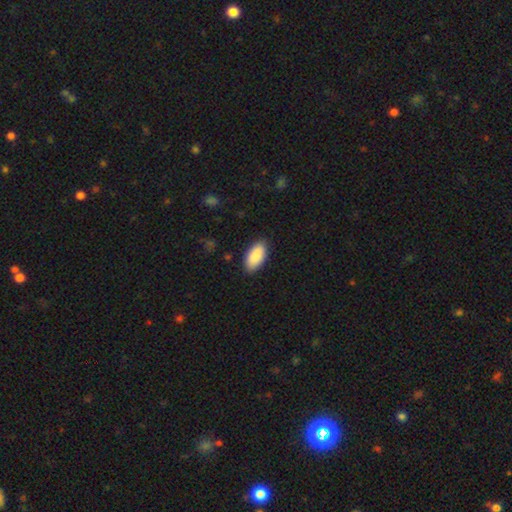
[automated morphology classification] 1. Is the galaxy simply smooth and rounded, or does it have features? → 90% smooth, 6% star or artifact, 5% featured or disk.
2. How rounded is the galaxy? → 94% in between, 4% cigar-shaped, 2% round.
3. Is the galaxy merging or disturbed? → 86% none, 10% minor disturbance, 2% major disturbance, 1% merger.